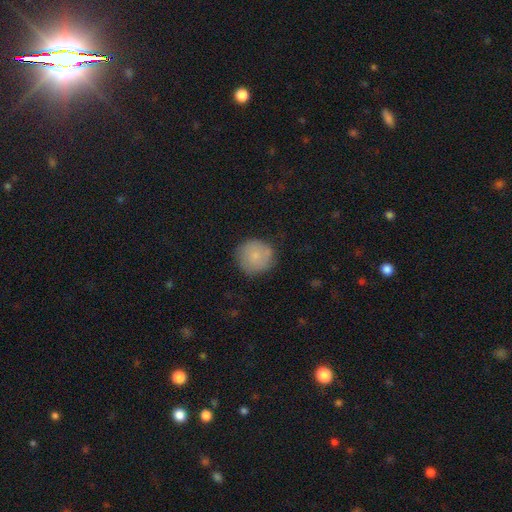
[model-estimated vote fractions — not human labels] Smooth or featured? smooth (79%)
How rounded? round (93%)
Merging? none (77%)